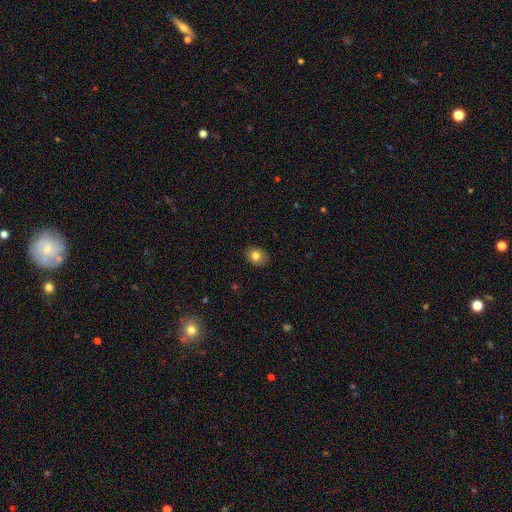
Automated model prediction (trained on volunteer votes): A smooth galaxy with no disk features (81%) that is in between round and cigar-shaped (54%). Merging: none (89%).